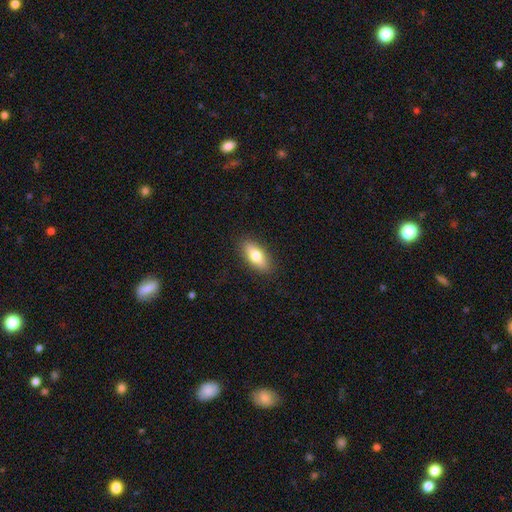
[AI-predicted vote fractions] This is likely a smooth galaxy (72%). How rounded: likely in between (78%). Merging: clearly none (88%).